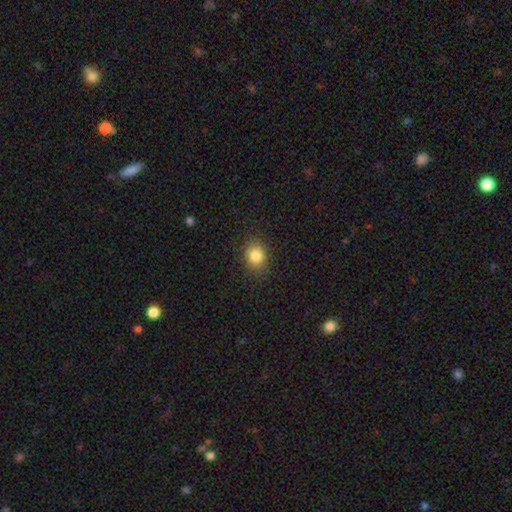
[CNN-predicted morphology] smooth_or_featured: smooth (p=0.84) [alt: star or artifact p=0.10]
how_rounded: round (p=0.57) [alt: in between p=0.42]
merging: none (p=0.87) [alt: minor disturbance p=0.09]